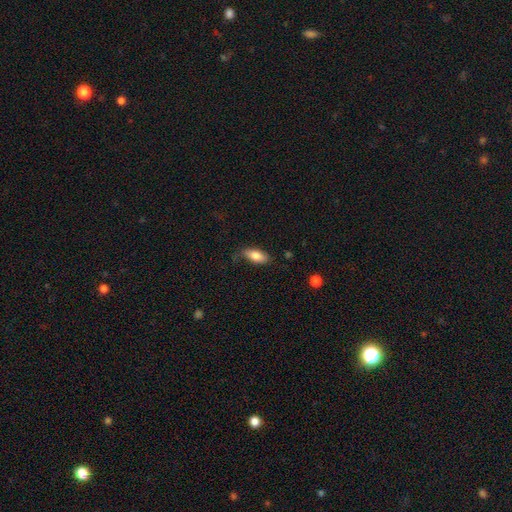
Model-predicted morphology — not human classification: This is clearly a smooth galaxy (81%). How rounded: clearly in between (84%). Merging: likely none (69%).